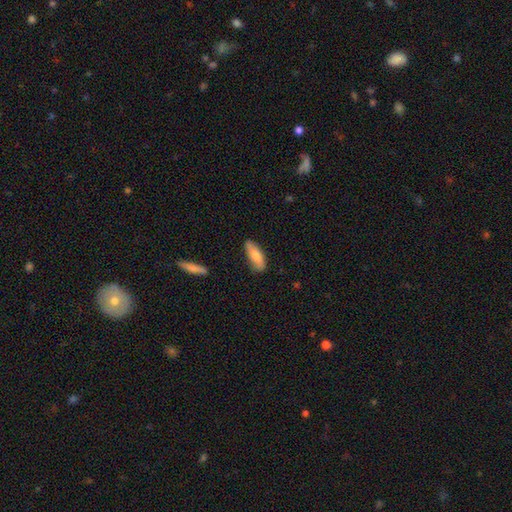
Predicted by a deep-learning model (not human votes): Q: Smooth or featured?
A: smooth (79%); runner-up: featured or disk (15%)
Q: How rounded?
A: in between (67%); runner-up: cigar-shaped (31%)
Q: Merging?
A: none (76%); runner-up: minor disturbance (19%)